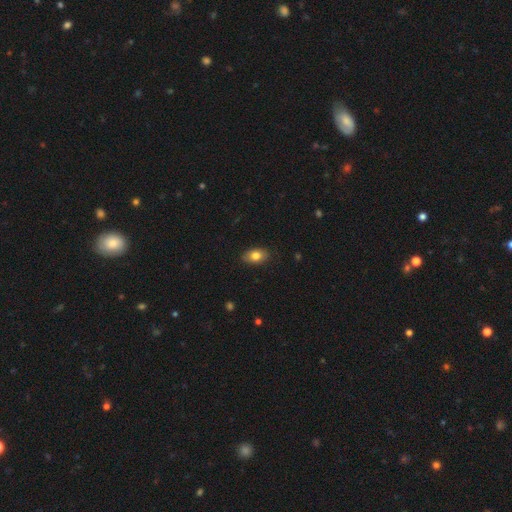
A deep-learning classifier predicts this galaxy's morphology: This is clearly a smooth galaxy (80%). How rounded: clearly in between (87%). Merging: clearly none (86%).